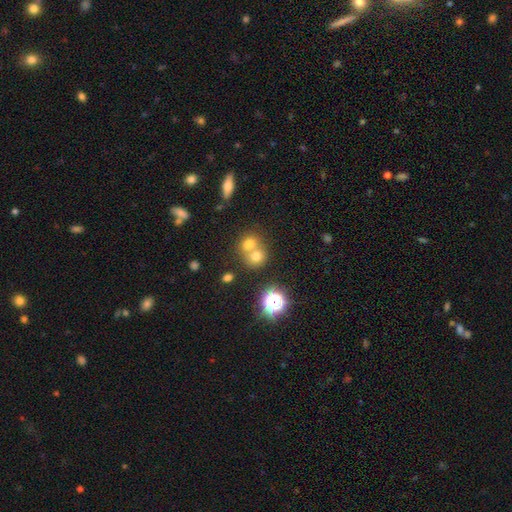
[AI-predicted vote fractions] A smooth galaxy with no disk features (65%) that is round (77%).

Vote fractions:
- Smooth or featured? smooth: 65% / star or artifact: 20% / featured or disk: 15%
- How rounded? round: 77% / in between: 22% / cigar-shaped: 1%
- Merging? merger: 57% / none: 35% / minor disturbance: 5% / major disturbance: 2%